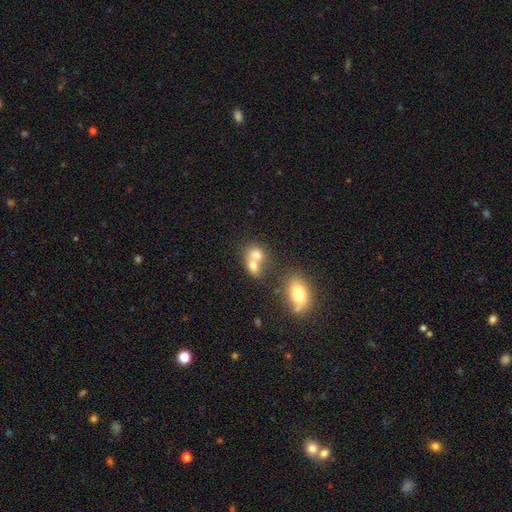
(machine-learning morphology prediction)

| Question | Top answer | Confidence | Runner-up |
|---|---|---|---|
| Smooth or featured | smooth | 72% | featured or disk (17%) |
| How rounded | round | 55% | in between (43%) |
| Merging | merger | 64% | none (25%) |